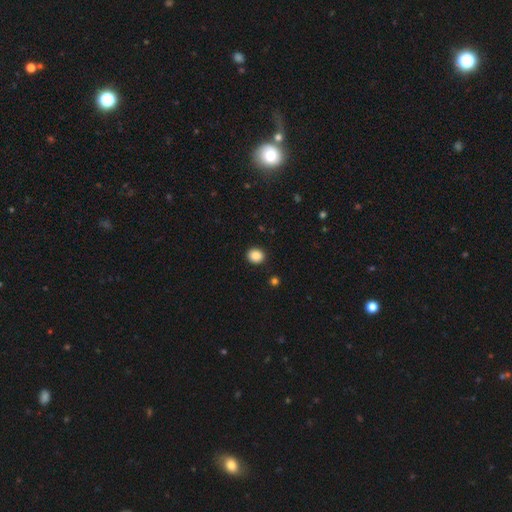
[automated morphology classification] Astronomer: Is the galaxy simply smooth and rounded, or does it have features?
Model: smooth — 88%.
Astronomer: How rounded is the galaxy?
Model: round — 69%.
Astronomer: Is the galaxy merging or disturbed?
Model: none — 91%.